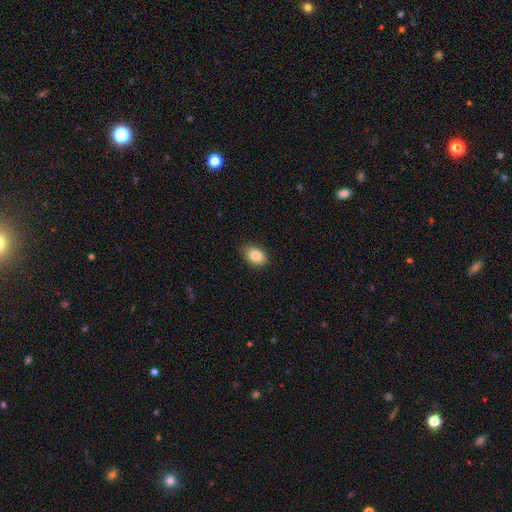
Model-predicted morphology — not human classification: Overall: smooth (85%). How rounded: in between (81%). Merging: none (83%).